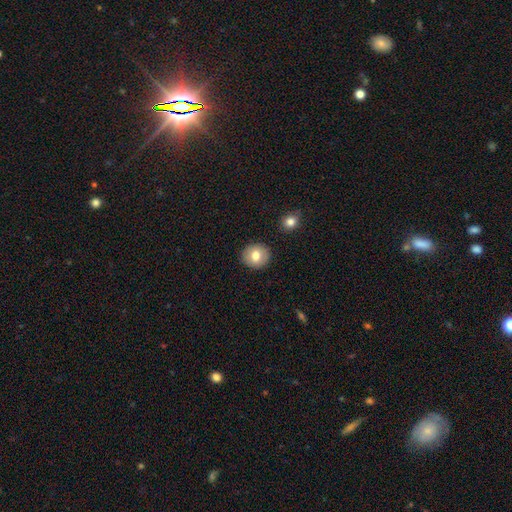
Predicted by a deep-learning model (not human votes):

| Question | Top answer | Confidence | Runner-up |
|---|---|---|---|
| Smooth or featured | smooth | 76% | featured or disk (15%) |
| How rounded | round | 84% | in between (15%) |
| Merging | none | 89% | minor disturbance (7%) |